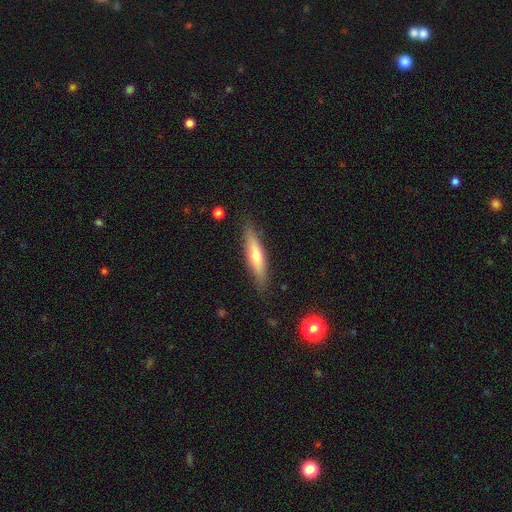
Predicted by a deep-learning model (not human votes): Smooth or featured?
  - smooth: 49% *
  - featured or disk: 44%
  - star or artifact: 6%
Merging?
  - none: 86% *
  - minor disturbance: 11%
  - major disturbance: 2%
  - merger: 1%